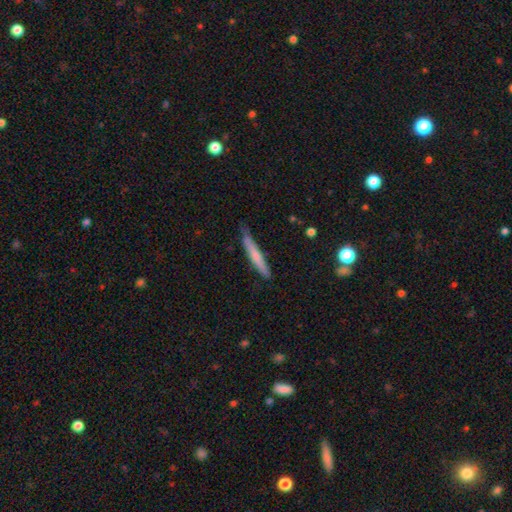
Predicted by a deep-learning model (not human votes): Smooth or featured?
  - smooth: 64% *
  - featured or disk: 30%
  - star or artifact: 6%
How rounded?
  - cigar-shaped: 95% *
  - in between: 4%
  - round: 1%
Merging?
  - none: 76% *
  - minor disturbance: 20%
  - major disturbance: 3%
  - merger: 2%